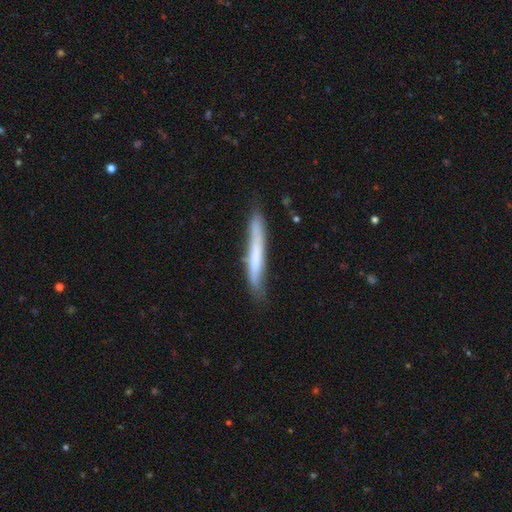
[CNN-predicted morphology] This is possibly a smooth galaxy (56%). How rounded: clearly cigar-shaped (95%). Merging: likely none (70%).